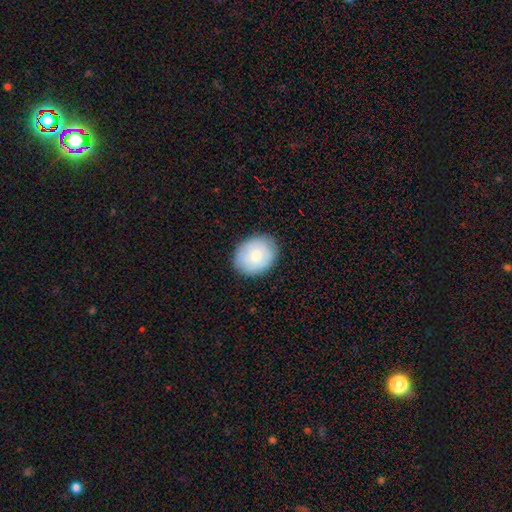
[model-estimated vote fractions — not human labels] smooth_or_featured: smooth (p=0.74) [alt: featured or disk p=0.20]
how_rounded: round (p=0.50) [alt: in between p=0.49]
merging: none (p=0.84) [alt: minor disturbance p=0.12]